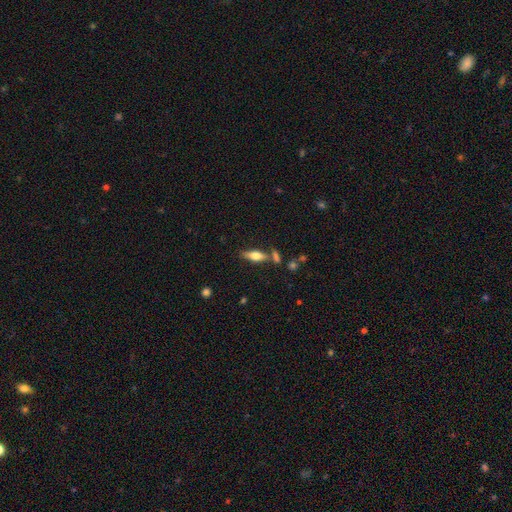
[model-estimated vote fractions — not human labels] smooth 49%, featured or disk 44%, star or artifact 8%. Down the decision tree: merging — none (70%).